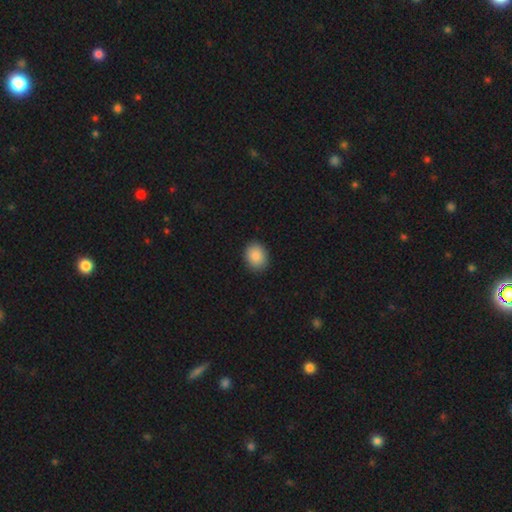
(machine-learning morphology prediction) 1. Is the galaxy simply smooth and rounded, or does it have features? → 88% smooth, 8% star or artifact, 4% featured or disk.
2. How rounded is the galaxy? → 50% round, 49% in between, 1% cigar-shaped.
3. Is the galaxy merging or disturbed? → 89% none, 8% minor disturbance, 2% major disturbance, 1% merger.